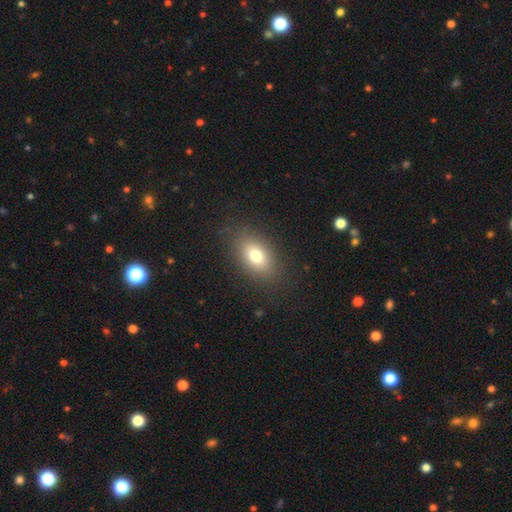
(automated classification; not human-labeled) Smooth or featured? smooth (75%)
How rounded? in between (83%)
Merging? none (85%)